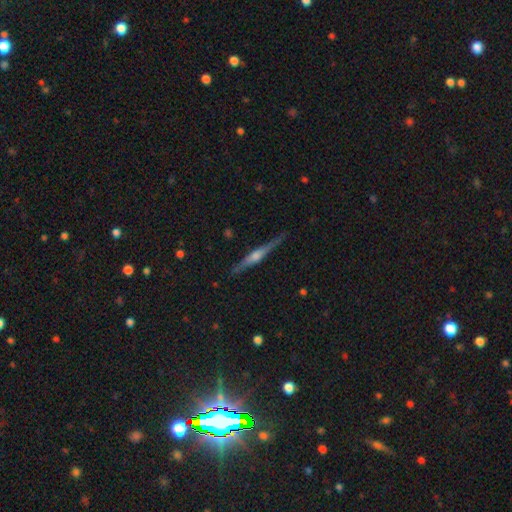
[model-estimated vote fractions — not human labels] This is clearly a featured or disk galaxy (80%). It is clearly viewed edge-on (98%). Edge-on bulge: clearly rounded (83%). Merging: clearly none (89%).